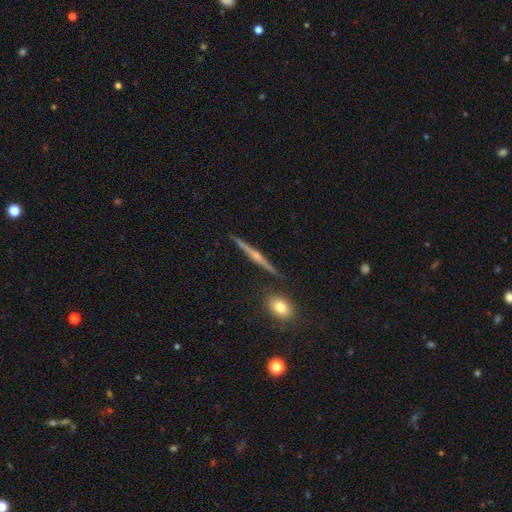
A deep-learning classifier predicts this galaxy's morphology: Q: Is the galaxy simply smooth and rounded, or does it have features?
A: featured or disk — 78%.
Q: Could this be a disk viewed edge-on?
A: yes — 98%.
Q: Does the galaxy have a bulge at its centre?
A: rounded — 81%.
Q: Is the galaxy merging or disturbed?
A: none — 89%.